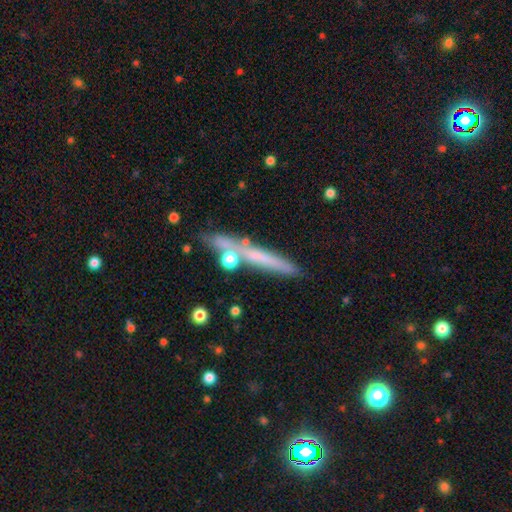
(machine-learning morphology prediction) Overall: smooth (48%; featured or disk 41%). Merging: none (76%).